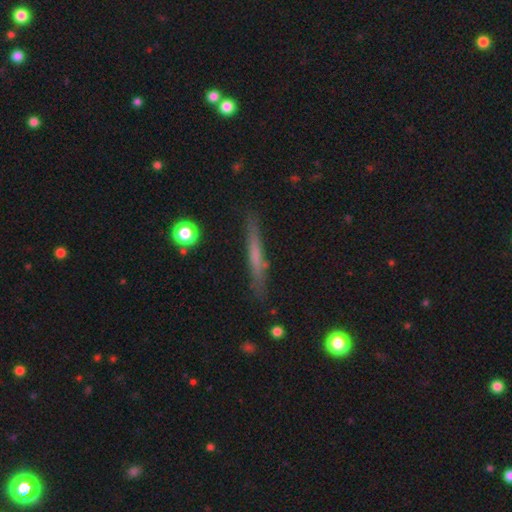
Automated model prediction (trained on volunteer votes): Smooth or featured? smooth (51%)
How rounded? cigar-shaped (95%)
Merging? none (84%)